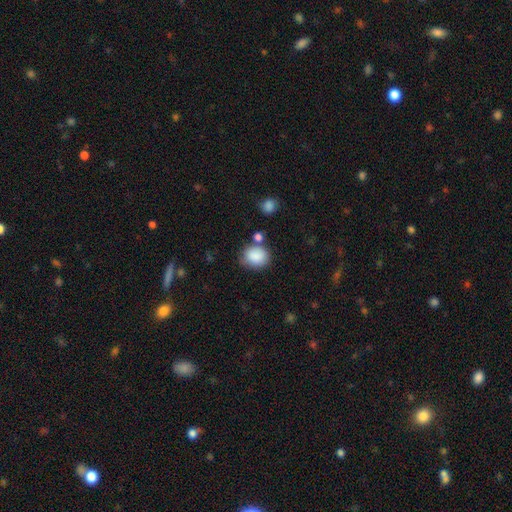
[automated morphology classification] Overall: smooth (86%). How rounded: round (59%; in between 41%). Merging: none (65%).